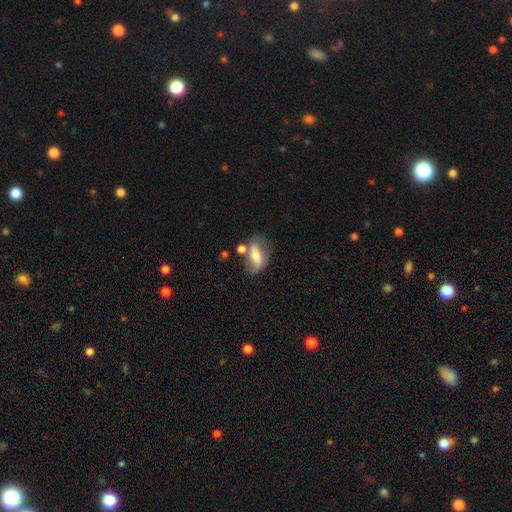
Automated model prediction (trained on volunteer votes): Smooth or featured?
  - smooth: 55% *
  - featured or disk: 37%
  - star or artifact: 8%
How rounded?
  - in between: 82% *
  - round: 10%
  - cigar-shaped: 8%
Merging?
  - none: 49% *
  - minor disturbance: 20%
  - merger: 20%
  - major disturbance: 10%